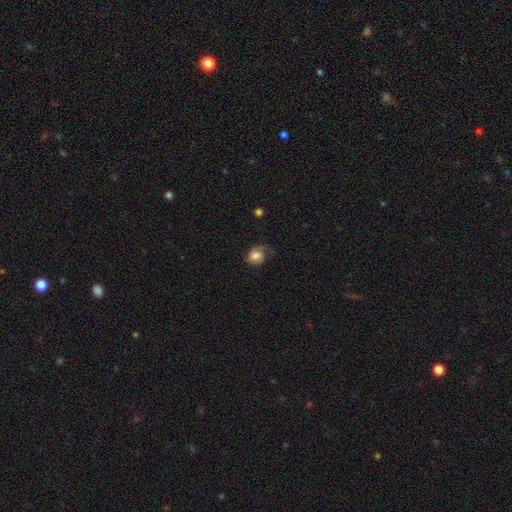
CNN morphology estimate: This is likely a smooth galaxy (63%). How rounded: possibly round (53%). Merging: possibly none (47%).